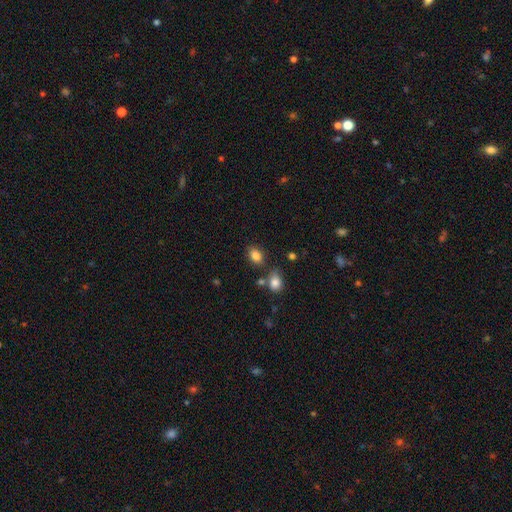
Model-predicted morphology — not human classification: Smooth or featured? smooth (84%)
How rounded? in between (76%)
Merging? none (75%)